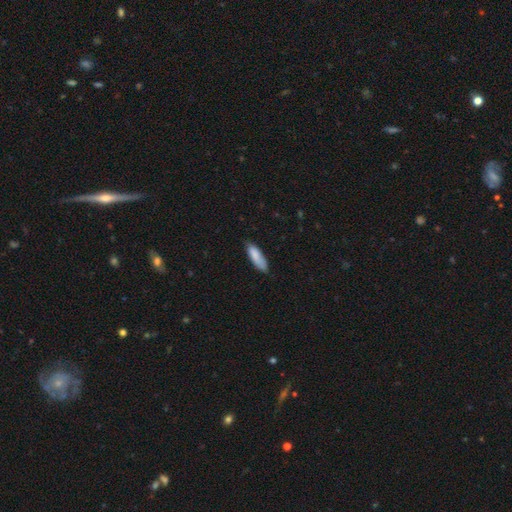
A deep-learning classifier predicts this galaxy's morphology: The model was most divided on "how rounded": in between: 53%, cigar-shaped: 45%, round: 1%. More confident: smooth or featured — smooth (85%); merging — none (70%).